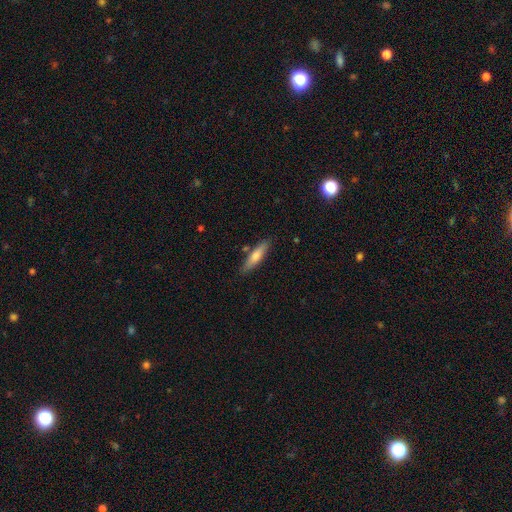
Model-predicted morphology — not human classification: type=smooth (67%); roundness=cigar-shaped (79%); merging=none (82%).